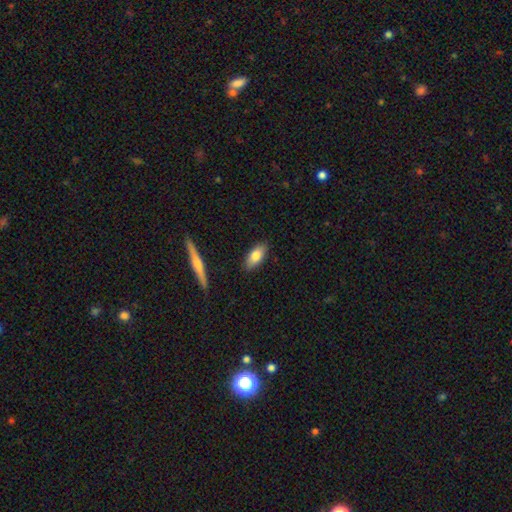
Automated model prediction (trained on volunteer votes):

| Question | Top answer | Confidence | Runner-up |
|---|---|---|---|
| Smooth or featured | smooth | 74% | featured or disk (19%) |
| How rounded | in between | 80% | cigar-shaped (17%) |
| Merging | none | 87% | minor disturbance (10%) |